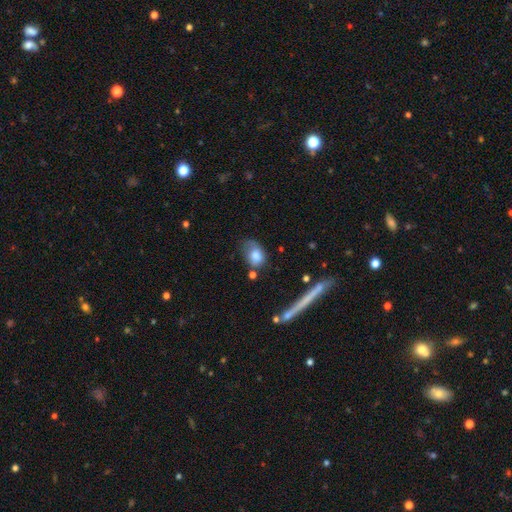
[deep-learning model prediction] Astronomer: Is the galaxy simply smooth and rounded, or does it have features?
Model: smooth — 76%.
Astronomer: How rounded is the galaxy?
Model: in between — 73%.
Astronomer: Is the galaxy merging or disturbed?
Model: none — 40% (runner-up: minor disturbance, 34%).